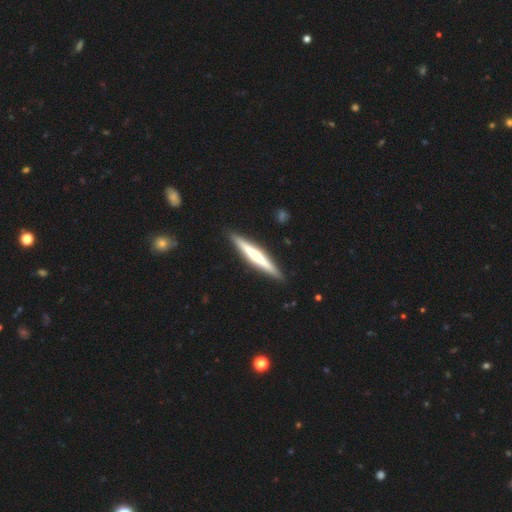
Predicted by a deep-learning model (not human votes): Q: Smooth or featured?
A: featured or disk (60%); runner-up: smooth (35%)
Q: Edge-on disk?
A: yes (97%); runner-up: no (3%)
Q: Edge-on bulge?
A: rounded (56%); runner-up: none (31%)
Q: Merging?
A: none (91%); runner-up: minor disturbance (6%)